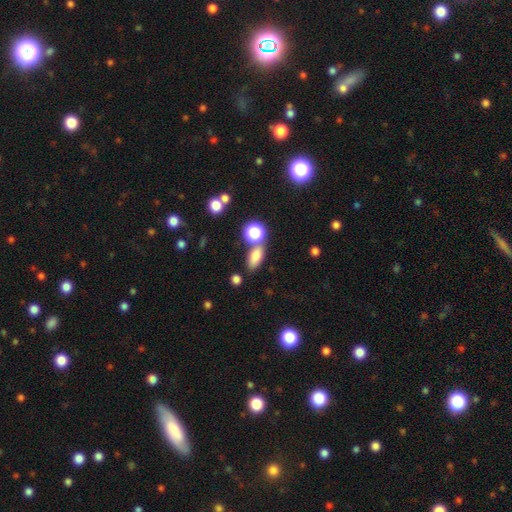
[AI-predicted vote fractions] The model was most divided on "merging": none: 66%, merger: 17%, minor disturbance: 12%, major disturbance: 5%. More confident: how rounded — in between (76%); smooth or featured — smooth (76%).